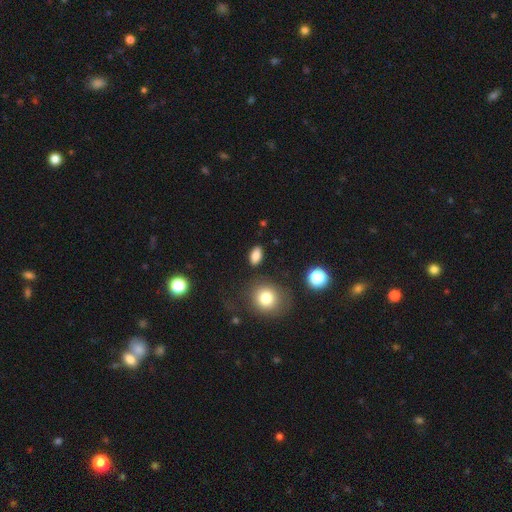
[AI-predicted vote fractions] The model was most divided on "smooth or featured": smooth: 84%, star or artifact: 10%, featured or disk: 6%. More confident: how rounded — in between (86%); merging — none (86%).